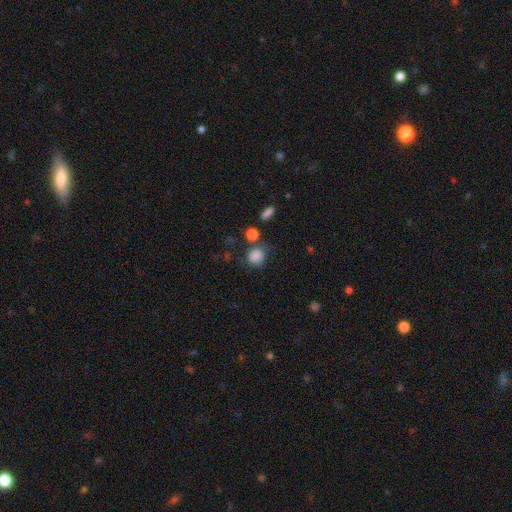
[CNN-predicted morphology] Smooth or featured? smooth (85%)
How rounded? round (83%)
Merging? none (69%)